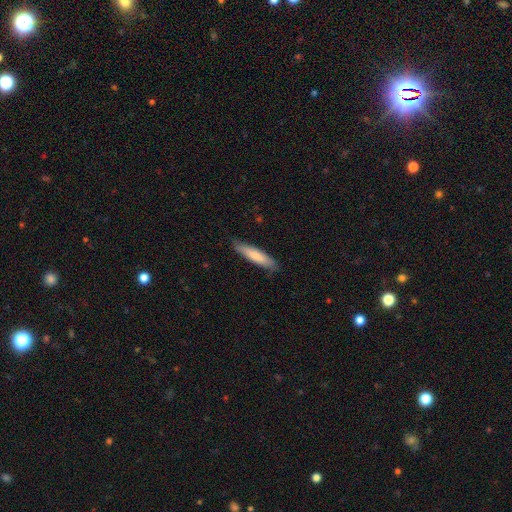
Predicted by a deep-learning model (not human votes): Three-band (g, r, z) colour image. It shows a smooth galaxy with no disk features (74%) that is cigar-shaped (82%). Merging: none (84%).